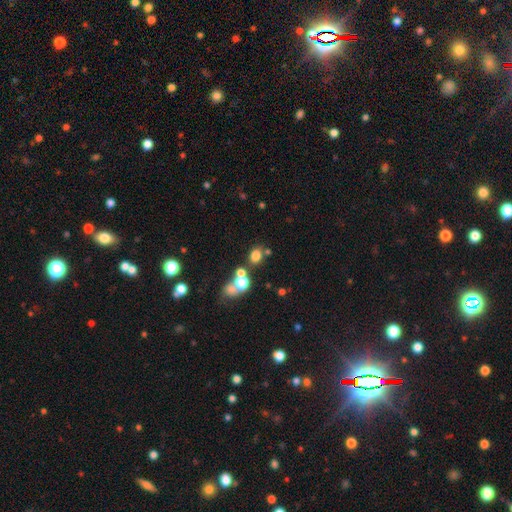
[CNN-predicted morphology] A smooth galaxy with no disk features (72%) that is round (57%). Merging: none (62%).